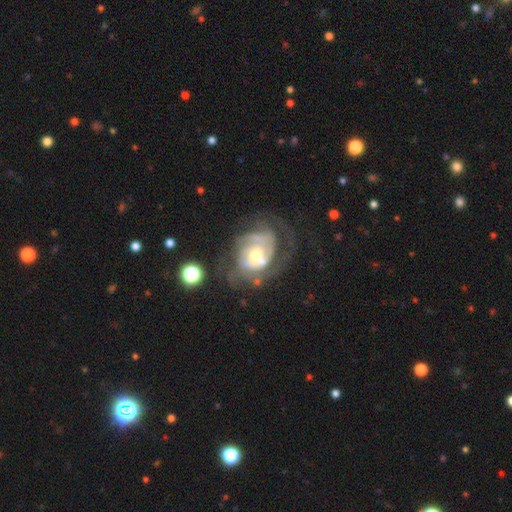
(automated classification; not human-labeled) Overall: featured or disk (81%). Edge-on disk: no (97%). Bar: no (66%; weak 28%). Spiral arms: yes (86%). Spiral arm count: can't tell (40%; 2 26%). Spiral winding: tight (52%; medium 35%). Bulge size: moderate (58%; small 31%). Merging: none (45%; major disturbance 27%).